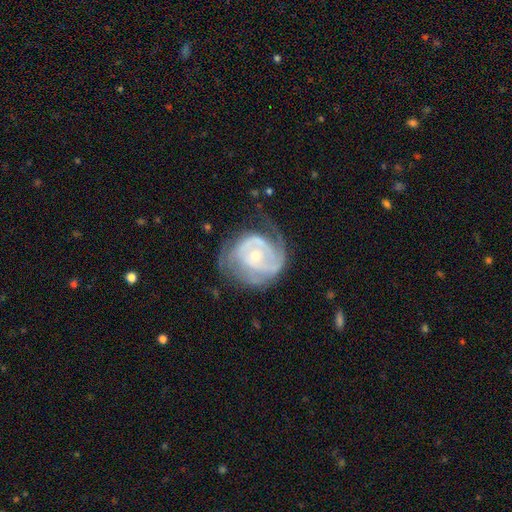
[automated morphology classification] Smooth or featured: featured or disk — 82% (smooth — 13%)
Edge-on disk: no — 97% (yes — 3%)
Bar: no — 68% (weak — 25%)
Spiral arms: yes — 89% (no — 11%)
Spiral winding: tight — 60% (medium — 29%)
Spiral arm count: 2 — 34% (can't tell — 32%)
Bulge size: small — 59% (moderate — 37%)
Merging: none — 54% (minor disturbance — 23%)